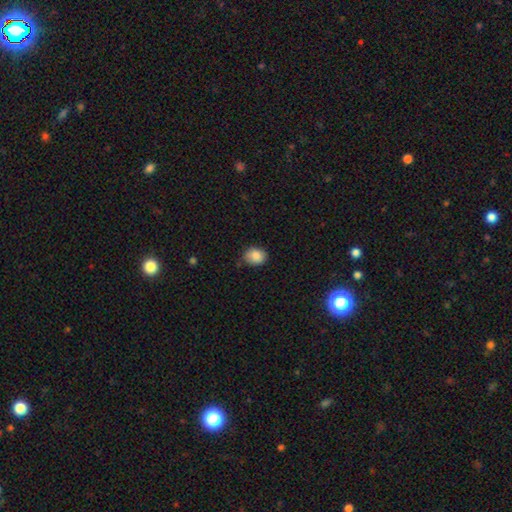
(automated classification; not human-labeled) This is clearly a smooth galaxy (85%). How rounded: possibly in between (50%). Merging: likely none (69%).